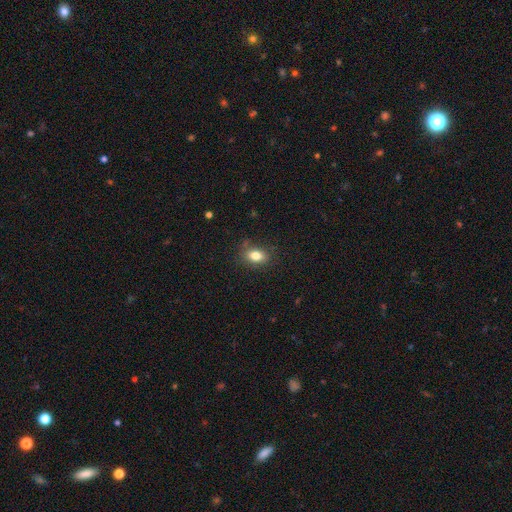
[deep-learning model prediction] A smooth galaxy with no disk features (81%) that is in between round and cigar-shaped (79%).

Vote fractions:
- Smooth or featured? smooth: 81% / star or artifact: 10% / featured or disk: 9%
- How rounded? in between: 79% / round: 19% / cigar-shaped: 2%
- Merging? none: 78% / minor disturbance: 16% / major disturbance: 4% / merger: 2%